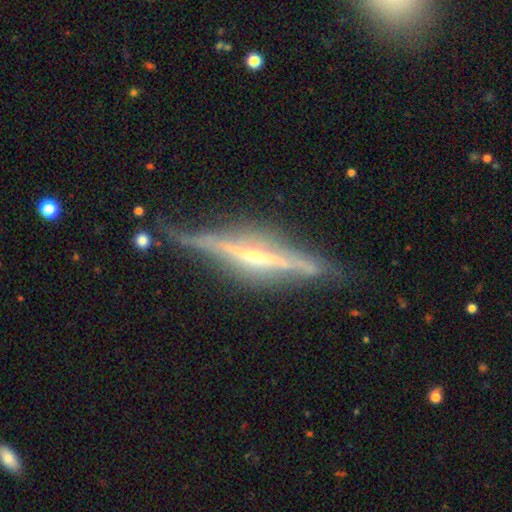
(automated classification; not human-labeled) Overall: featured or disk (85%). Edge-on disk: yes (95%). Edge-on bulge: rounded (60%; none 26%). Merging: none (70%).